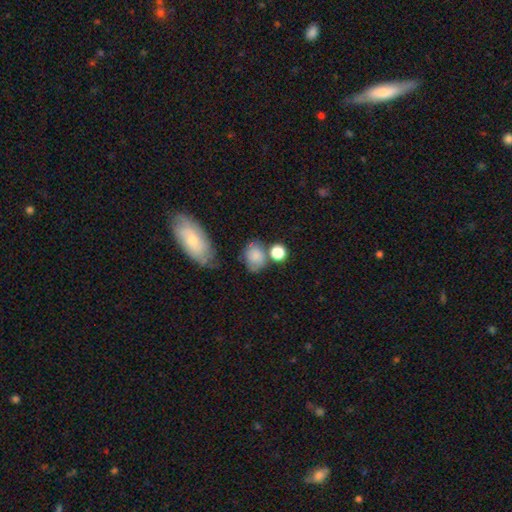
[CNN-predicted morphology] type=smooth (78%); roundness=in between (52%); merging=none (51%).